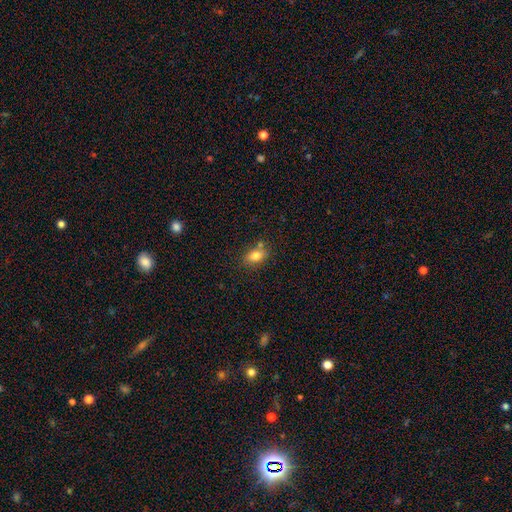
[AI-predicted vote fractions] A smooth galaxy with no disk features (80%) that is in between round and cigar-shaped (81%).

Vote fractions:
- Smooth or featured? smooth: 80% / featured or disk: 10% / star or artifact: 10%
- How rounded? in between: 81% / round: 16% / cigar-shaped: 2%
- Merging? none: 72% / minor disturbance: 14% / merger: 11% / major disturbance: 3%